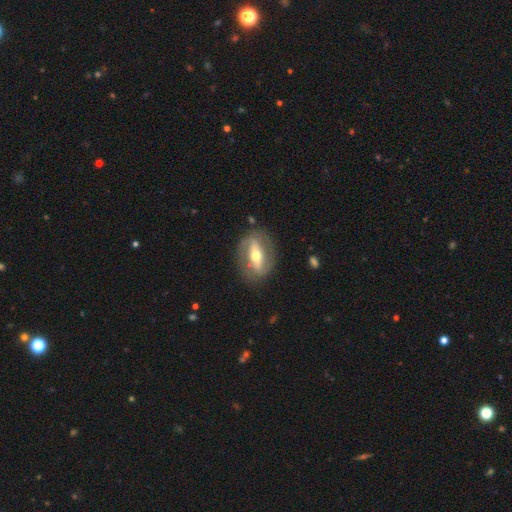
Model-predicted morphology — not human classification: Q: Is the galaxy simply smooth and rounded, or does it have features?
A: featured or disk — 71%.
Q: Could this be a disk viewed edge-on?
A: no — 81%.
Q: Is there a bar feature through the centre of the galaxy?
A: strong — 65%.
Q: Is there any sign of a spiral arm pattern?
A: yes — 51%.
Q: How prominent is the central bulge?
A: moderate — 70%.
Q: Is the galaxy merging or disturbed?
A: none — 78%.